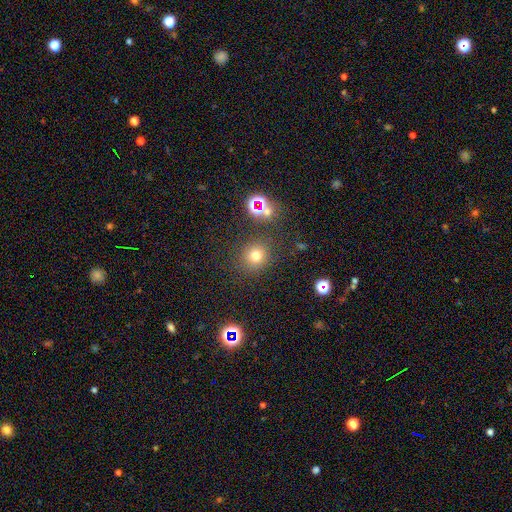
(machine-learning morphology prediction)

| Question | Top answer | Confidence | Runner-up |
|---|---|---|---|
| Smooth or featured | smooth | 71% | star or artifact (21%) |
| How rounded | round | 87% | in between (12%) |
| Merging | none | 82% | minor disturbance (9%) |